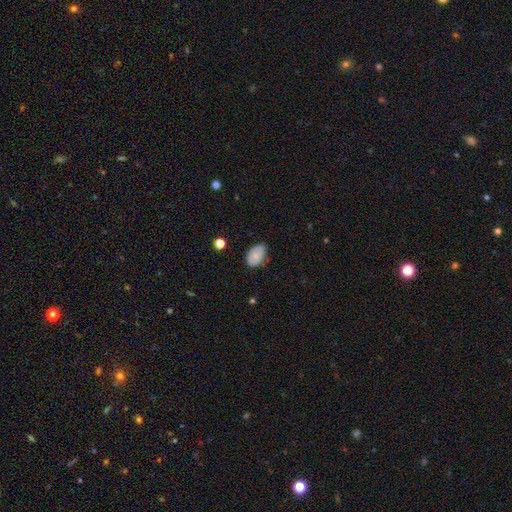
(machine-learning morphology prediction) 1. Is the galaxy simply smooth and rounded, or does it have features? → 78% smooth, 15% featured or disk, 8% star or artifact.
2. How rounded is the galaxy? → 89% in between, 9% round, 1% cigar-shaped.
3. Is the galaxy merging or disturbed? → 64% none, 30% minor disturbance, 5% major disturbance, 2% merger.